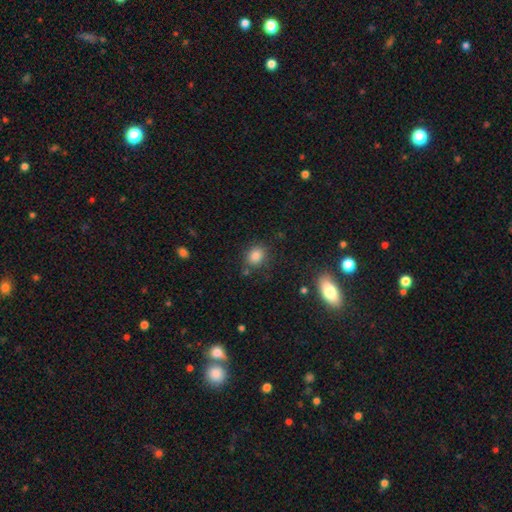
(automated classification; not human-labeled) Q: Smooth or featured?
A: smooth (84%); runner-up: star or artifact (11%)
Q: How rounded?
A: round (55%); runner-up: in between (44%)
Q: Merging?
A: none (80%); runner-up: minor disturbance (12%)